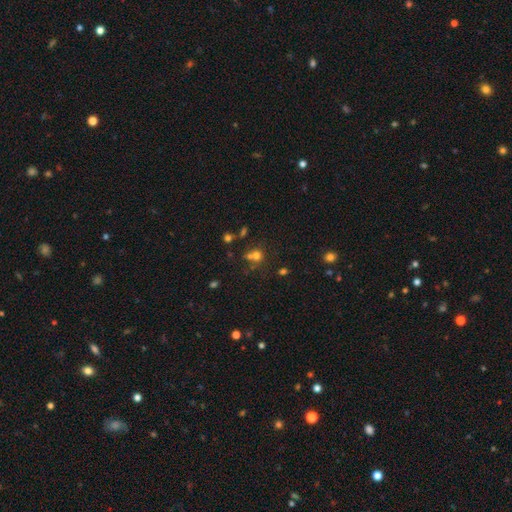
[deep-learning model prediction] Smooth or featured: smooth — 62% (star or artifact — 25%)
How rounded: round — 84% (in between — 15%)
Merging: none — 53% (merger — 33%)